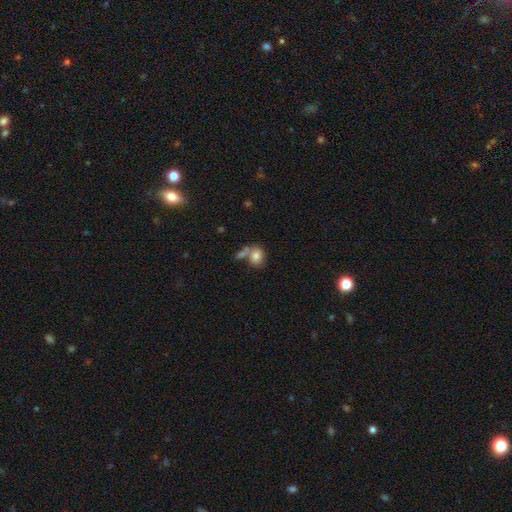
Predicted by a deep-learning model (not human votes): A smooth galaxy with no disk features (79%) that is round (53%).

Vote fractions:
- Smooth or featured? smooth: 79% / featured or disk: 12% / star or artifact: 9%
- How rounded? round: 53% / in between: 45% / cigar-shaped: 1%
- Merging? none: 45% / merger: 33% / minor disturbance: 15% / major disturbance: 7%